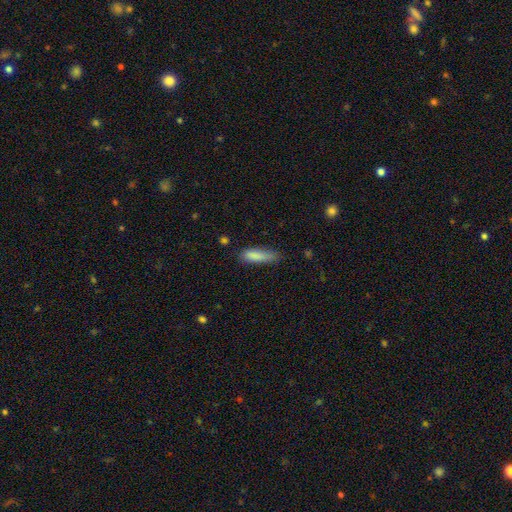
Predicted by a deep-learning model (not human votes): Smooth or featured? smooth (84%)
How rounded? cigar-shaped (58%)
Merging? none (57%)